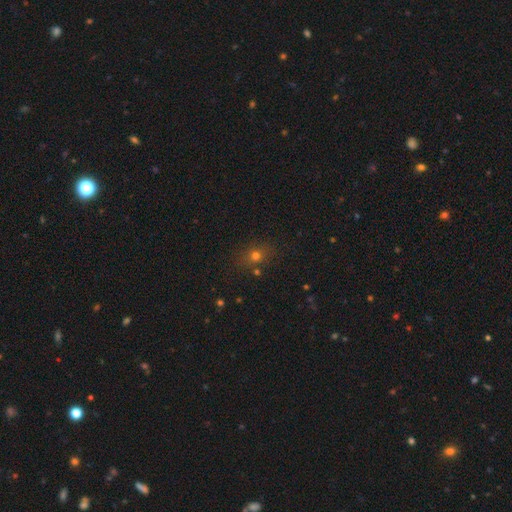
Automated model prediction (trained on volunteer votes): A smooth galaxy with no disk features (66%) that is round (60%). Merging: none (80%).